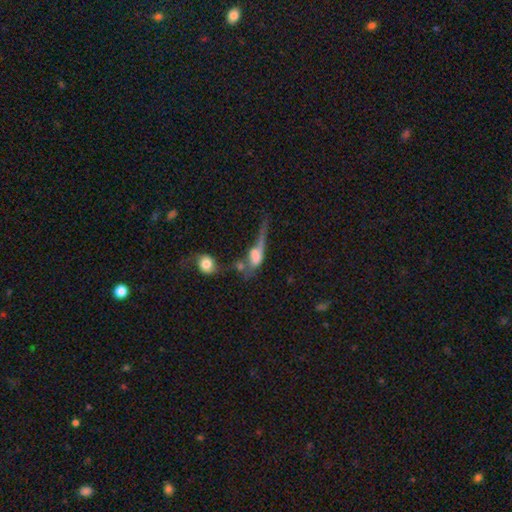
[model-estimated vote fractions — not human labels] This appears to be a featured or disk galaxy (44%, tied with smooth). Merging: major disturbance (36%).